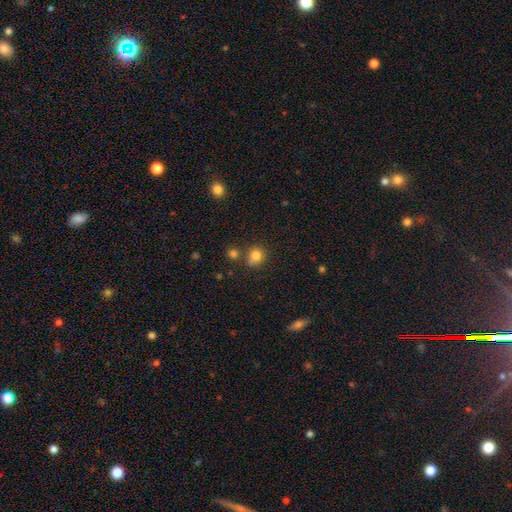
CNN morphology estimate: A smooth galaxy with no disk features (80%) that is round (80%).

Vote fractions:
- Smooth or featured? smooth: 80% / star or artifact: 13% / featured or disk: 7%
- How rounded? round: 80% / in between: 19% / cigar-shaped: 1%
- Merging? none: 59% / merger: 20% / minor disturbance: 16% / major disturbance: 5%